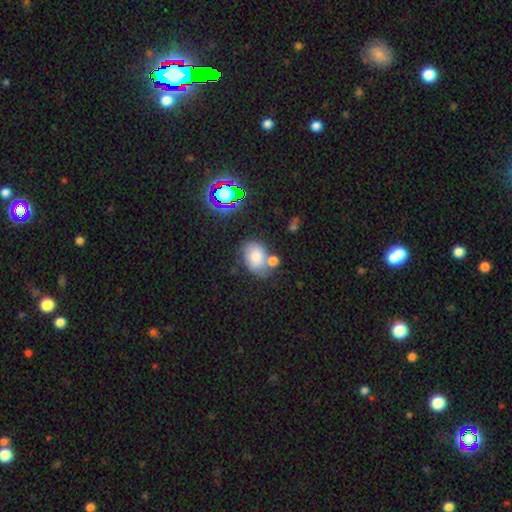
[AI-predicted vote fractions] Smooth or featured? smooth (74%)
How rounded? in between (69%)
Merging? none (49%)